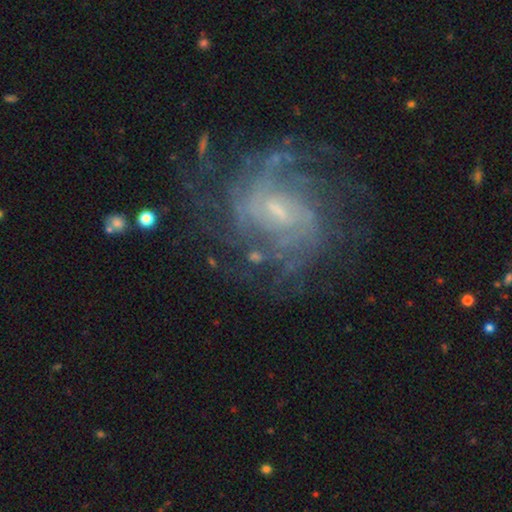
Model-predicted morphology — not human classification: This appears to be a featured or disk galaxy (81%) with a weak bar (56%), tight (49%) spiral arms (91%) and a small central bulge (48%). Merging: none (63%).